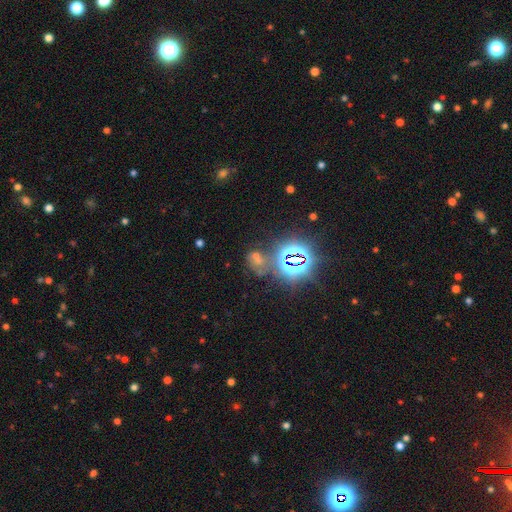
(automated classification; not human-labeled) This is likely a star or artifact rather than a galaxy (66%).